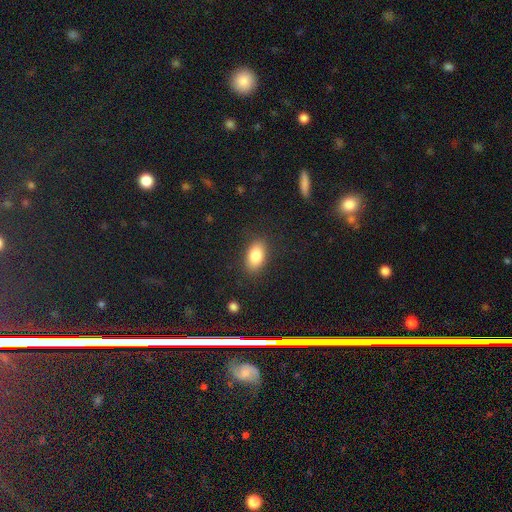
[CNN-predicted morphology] Overall: smooth (84%). How rounded: in between (90%). Merging: none (85%).